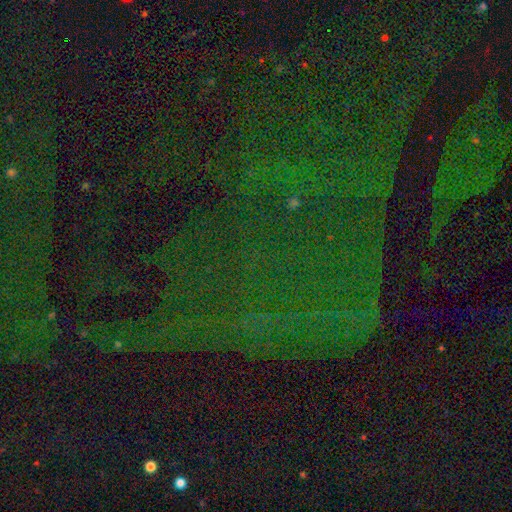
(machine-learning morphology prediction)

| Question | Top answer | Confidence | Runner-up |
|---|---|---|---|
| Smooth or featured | star or artifact | 83% | smooth (9%) |